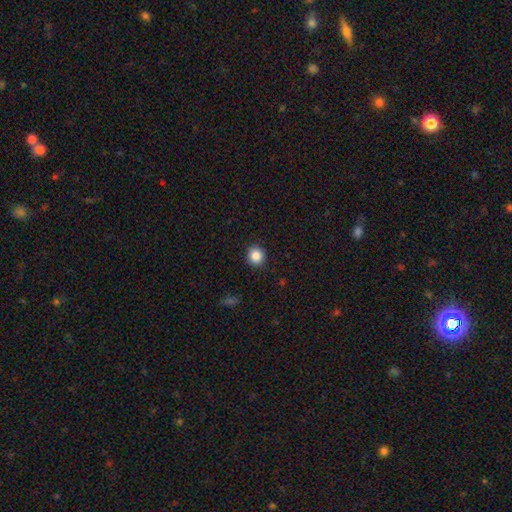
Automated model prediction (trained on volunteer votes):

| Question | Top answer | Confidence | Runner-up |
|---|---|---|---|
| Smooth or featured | smooth | 86% | star or artifact (10%) |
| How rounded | round | 85% | in between (14%) |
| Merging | none | 92% | minor disturbance (6%) |